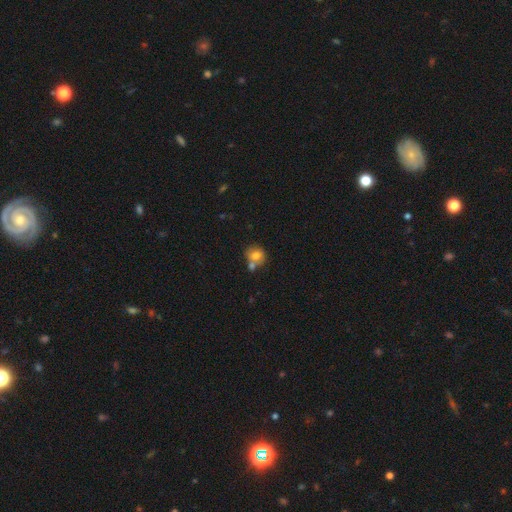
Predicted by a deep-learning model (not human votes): Q: Smooth or featured?
A: smooth (76%); runner-up: featured or disk (15%)
Q: How rounded?
A: round (78%); runner-up: in between (21%)
Q: Merging?
A: none (48%); runner-up: merger (36%)